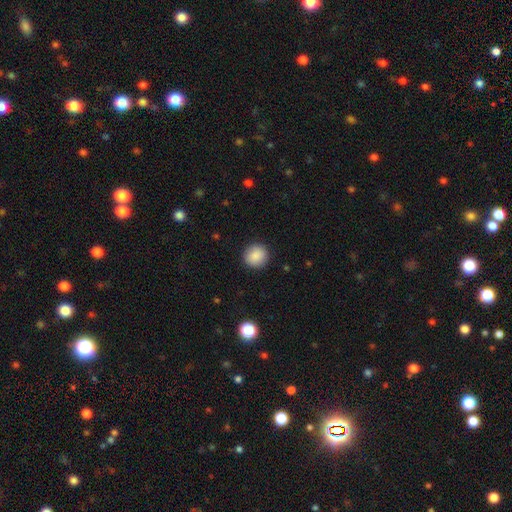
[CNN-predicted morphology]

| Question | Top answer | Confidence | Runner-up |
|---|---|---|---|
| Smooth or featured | smooth | 88% | star or artifact (8%) |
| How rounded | round | 92% | in between (7%) |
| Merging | none | 91% | minor disturbance (6%) |